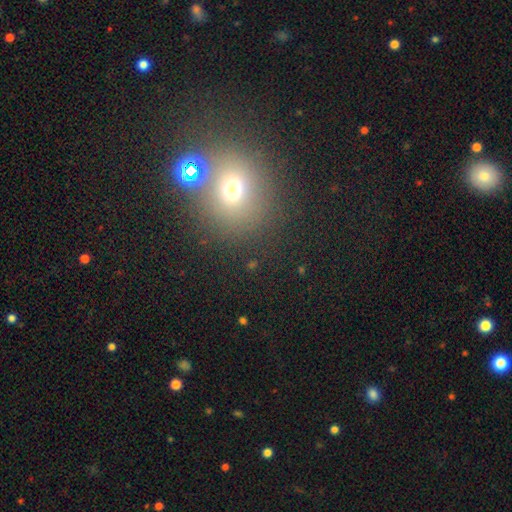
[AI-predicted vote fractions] Smooth or featured?
  - smooth: 58% *
  - star or artifact: 29%
  - featured or disk: 13%
How rounded?
  - round: 74% *
  - in between: 25%
  - cigar-shaped: 1%
Merging?
  - none: 65% *
  - merger: 21%
  - minor disturbance: 9%
  - major disturbance: 4%